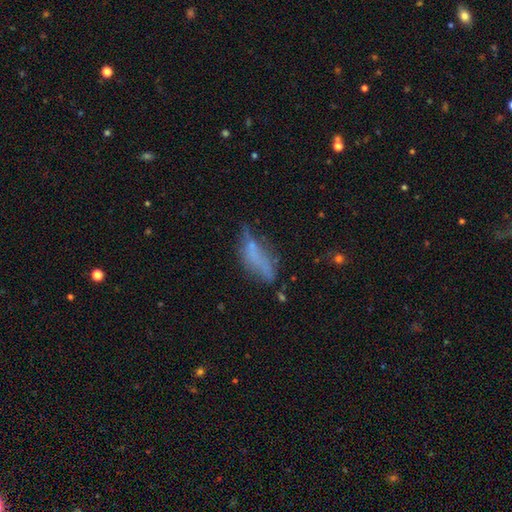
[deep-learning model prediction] Smooth or featured: smooth — 54% (featured or disk — 32%)
How rounded: in between — 59% (cigar-shaped — 37%)
Merging: none — 36% (minor disturbance — 31%)